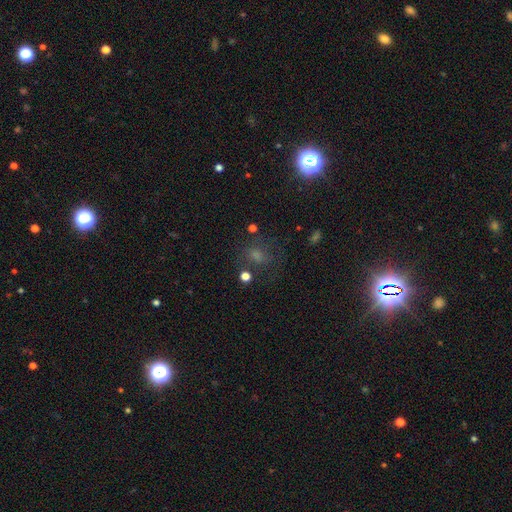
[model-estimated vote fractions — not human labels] The model was most divided on "smooth or featured": smooth: 50%, star or artifact: 33%, featured or disk: 16%. More confident: merging — none (66%); how rounded — round (64%).